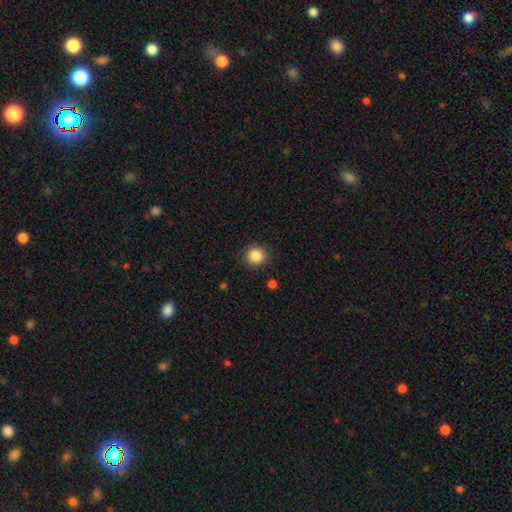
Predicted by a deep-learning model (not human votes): A smooth galaxy with no disk features (86%) that is round (88%).

Vote fractions:
- Smooth or featured? smooth: 86% / star or artifact: 10% / featured or disk: 4%
- How rounded? round: 88% / in between: 11% / cigar-shaped: 1%
- Merging? none: 89% / minor disturbance: 7% / major disturbance: 2% / merger: 1%